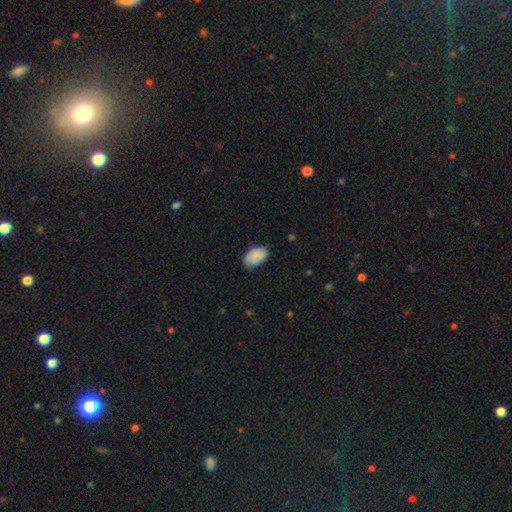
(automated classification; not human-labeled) Smooth or featured? Predicted: smooth (p=0.82). How rounded? Predicted: in between (p=0.89). Merging? Predicted: none (p=0.52).